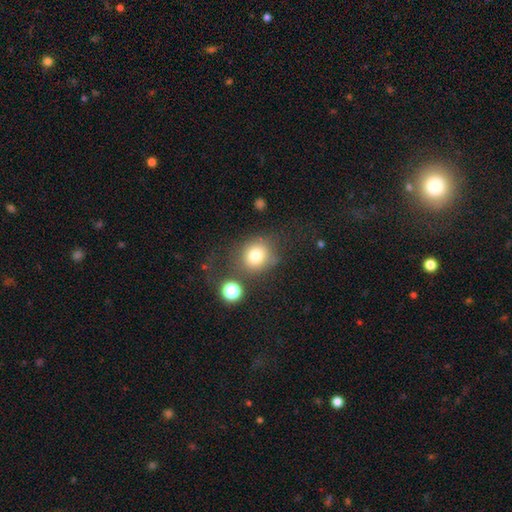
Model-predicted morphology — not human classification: smooth-or-featured: smooth: 76% | star or artifact: 13% | featured or disk: 11%
  how-rounded: round: 79% | in between: 20% | cigar-shaped: 1%
  merging: none: 66% | minor disturbance: 16% | major disturbance: 10% | merger: 9%